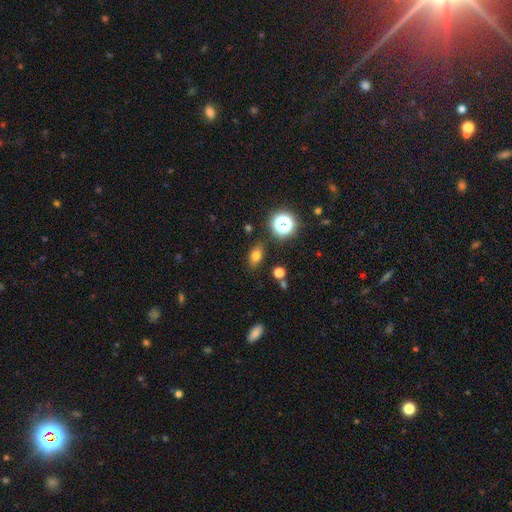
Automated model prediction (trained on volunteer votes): A smooth galaxy with no disk features (72%) that is in between round and cigar-shaped (75%). Merging: none (84%).